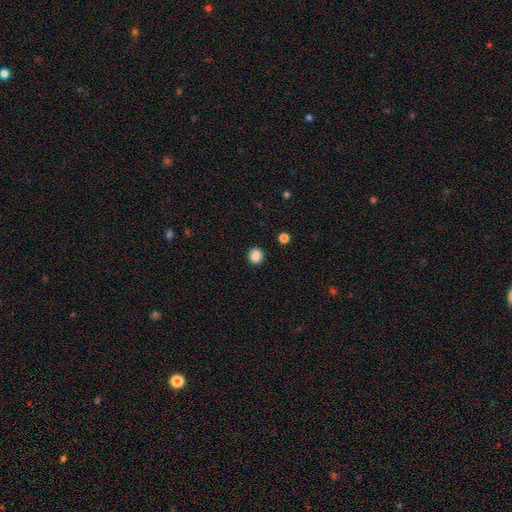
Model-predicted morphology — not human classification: A smooth galaxy with no disk features (88%) that is round (81%). Merging: none (91%).